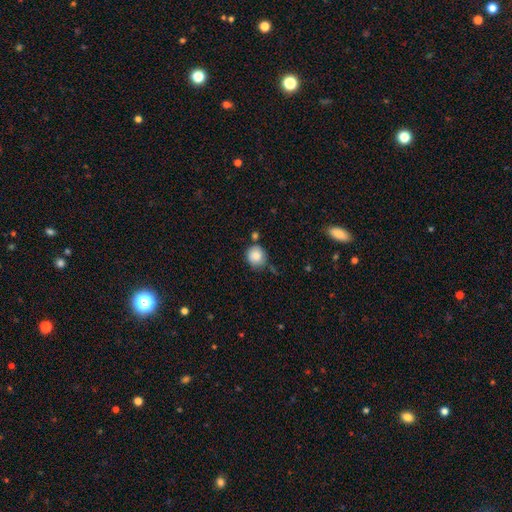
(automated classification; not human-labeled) smooth_or_featured: smooth (p=0.85) [alt: star or artifact p=0.08]
how_rounded: round (p=0.88) [alt: in between p=0.11]
merging: none (p=0.66) [alt: minor disturbance p=0.20]